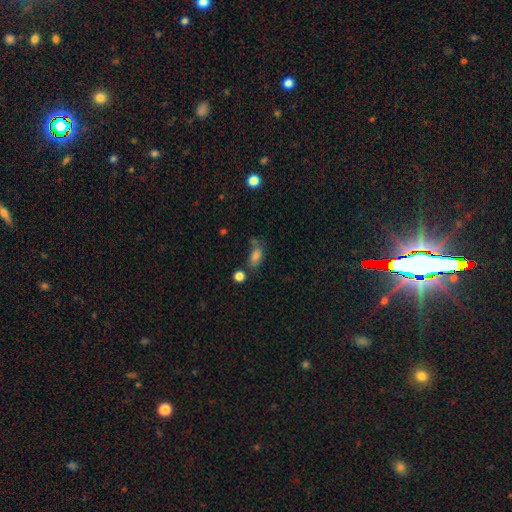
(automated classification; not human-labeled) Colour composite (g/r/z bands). It shows a smooth galaxy with no disk features (75%) that is in between round and cigar-shaped (83%). Merging: none (50%).